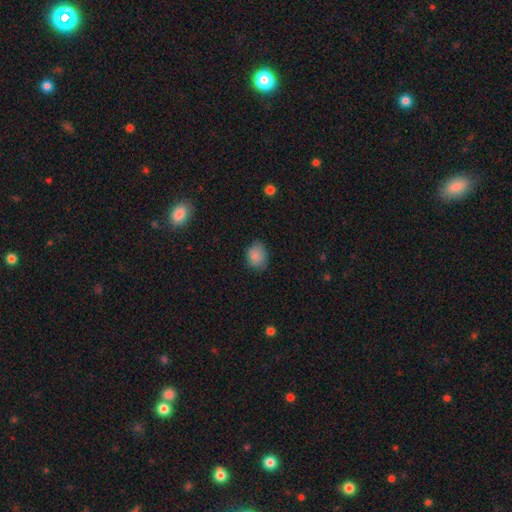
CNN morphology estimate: Smooth or featured? Predicted: smooth (p=0.86). How rounded? Predicted: in between (p=0.51). Merging? Predicted: none (p=0.76).